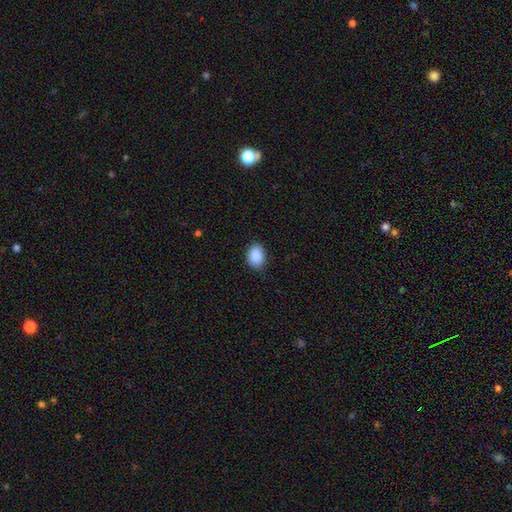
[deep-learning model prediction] Smooth or featured: smooth — 90% (star or artifact — 7%)
How rounded: in between — 79% (round — 20%)
Merging: none — 86% (minor disturbance — 11%)